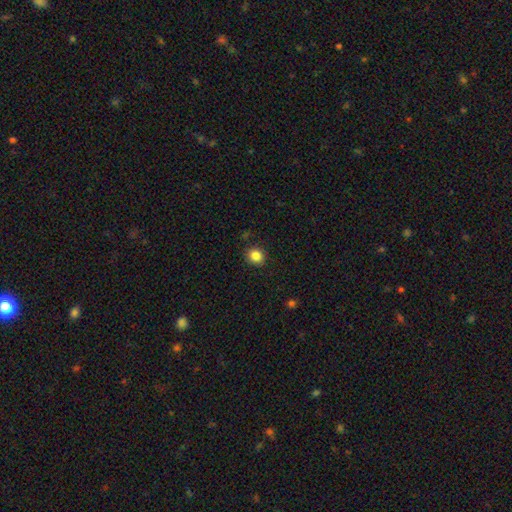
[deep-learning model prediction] Smooth or featured?
  - smooth: 85% *
  - star or artifact: 11%
  - featured or disk: 4%
How rounded?
  - round: 79% *
  - in between: 20%
  - cigar-shaped: 1%
Merging?
  - none: 89% *
  - minor disturbance: 8%
  - major disturbance: 2%
  - merger: 1%